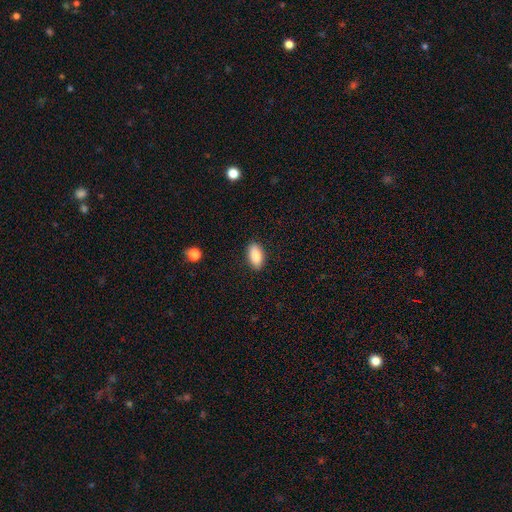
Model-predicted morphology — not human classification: A smooth galaxy with no disk features (88%) that is in between round and cigar-shaped (92%). Merging: none (88%).